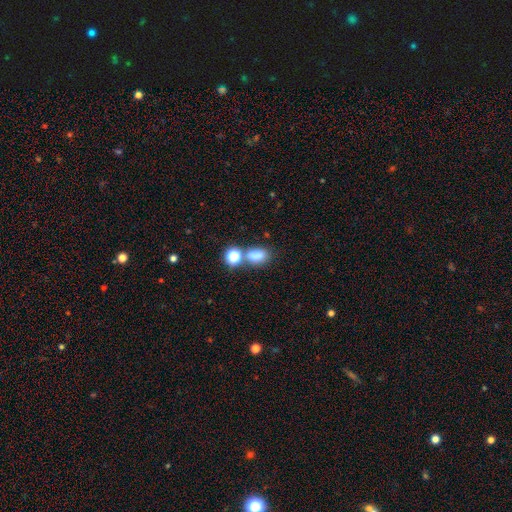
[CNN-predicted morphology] Overall: smooth (75%). How rounded: in between (71%). Merging: none (48%; merger 32%).